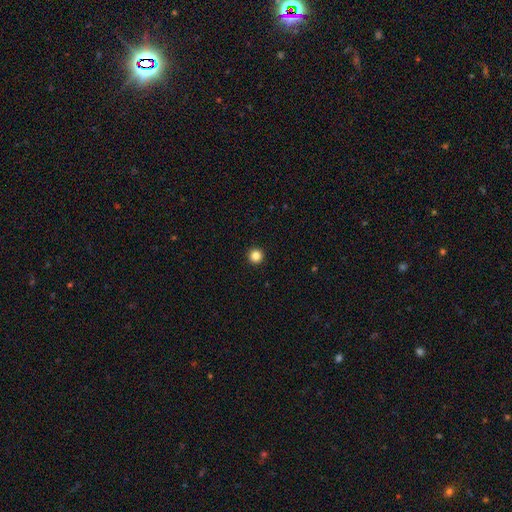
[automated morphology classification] smooth 85%, star or artifact 11%, featured or disk 4%. Down the decision tree: how rounded — round (97%); merging — none (94%).